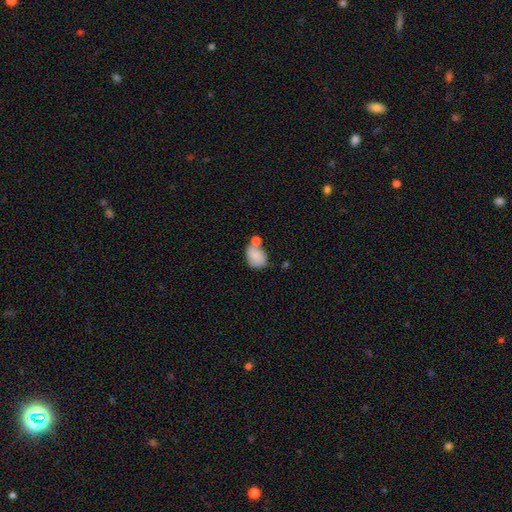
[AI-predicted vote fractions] A smooth galaxy with no disk features (82%) that is in between round and cigar-shaped (67%). Merging: none (38%).